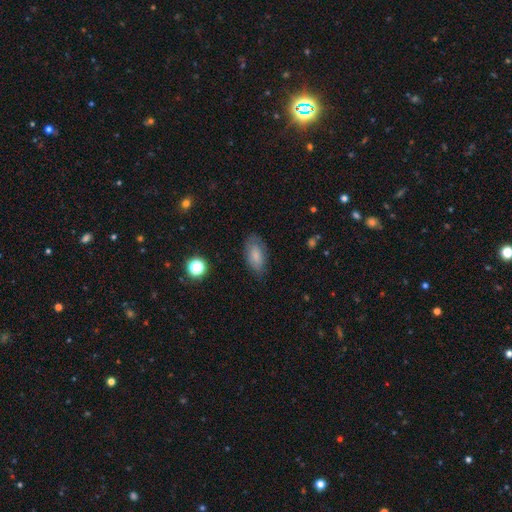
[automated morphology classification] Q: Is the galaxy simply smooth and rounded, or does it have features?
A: smooth — 76%.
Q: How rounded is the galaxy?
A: in between — 91%.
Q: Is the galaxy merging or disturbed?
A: none — 73%.